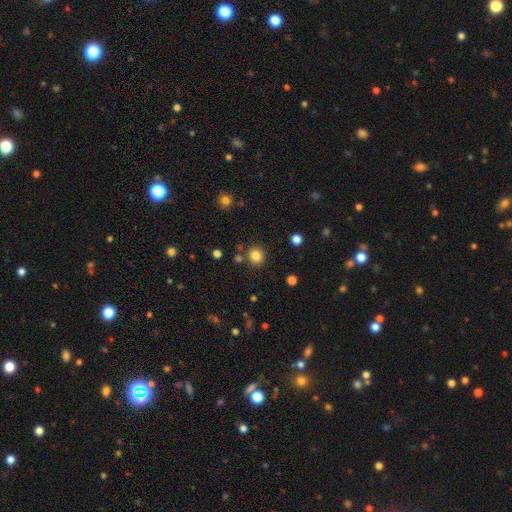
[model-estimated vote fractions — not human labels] A smooth galaxy with no disk features (82%) that is round (91%).

Vote fractions:
- Smooth or featured? smooth: 82% / star or artifact: 12% / featured or disk: 5%
- How rounded? round: 91% / in between: 8% / cigar-shaped: 1%
- Merging? none: 85% / minor disturbance: 7% / merger: 5% / major disturbance: 3%